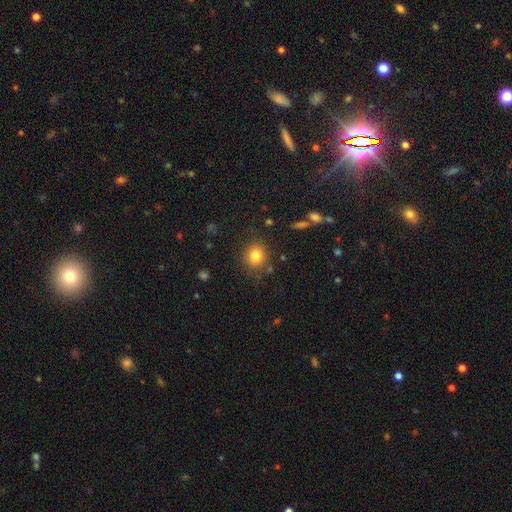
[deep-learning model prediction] Q: Smooth or featured?
A: smooth (82%); runner-up: star or artifact (11%)
Q: How rounded?
A: round (75%); runner-up: in between (24%)
Q: Merging?
A: none (83%); runner-up: minor disturbance (10%)